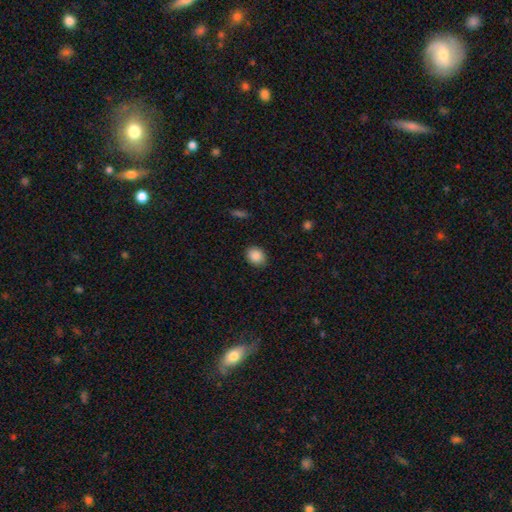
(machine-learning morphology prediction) Overall: smooth (88%). How rounded: in between (51%; round 48%). Merging: none (85%).